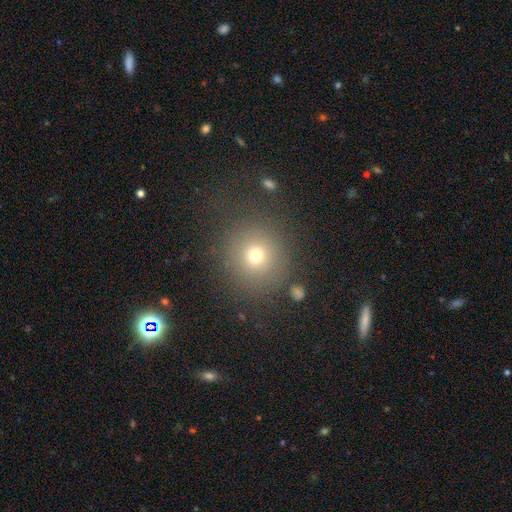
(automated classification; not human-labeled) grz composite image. It shows a smooth galaxy with no disk features (70%) that is round (90%). Merging: none (81%).